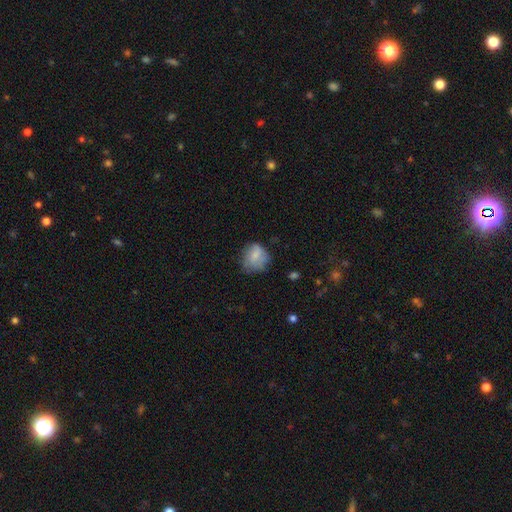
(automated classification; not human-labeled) Smooth or featured? Predicted: smooth (p=0.76). How rounded? Predicted: round (p=0.69). Merging? Predicted: none (p=0.55).